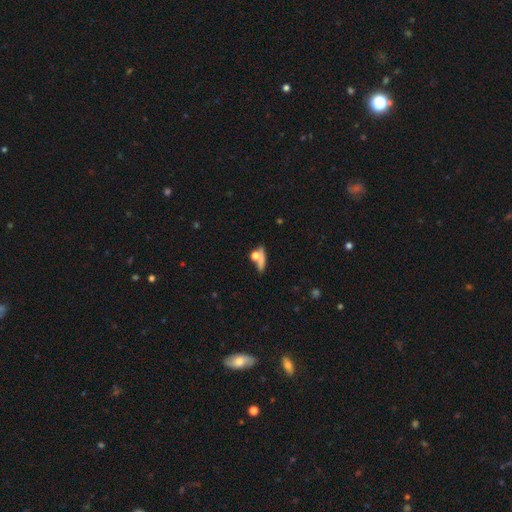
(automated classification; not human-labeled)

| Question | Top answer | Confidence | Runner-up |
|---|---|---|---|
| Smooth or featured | smooth | 63% | featured or disk (25%) |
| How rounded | in between | 38% | round (35%) |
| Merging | none | 41% | merger (30%) |